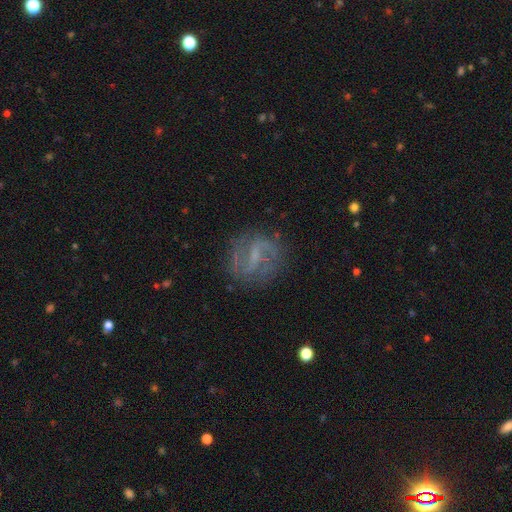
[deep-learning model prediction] Q: Smooth or featured?
A: featured or disk (78%); runner-up: smooth (14%)
Q: Edge-on disk?
A: no (96%); runner-up: yes (4%)
Q: Bar?
A: weak (48%); runner-up: strong (37%)
Q: Spiral arms?
A: yes (88%); runner-up: no (12%)
Q: Spiral winding?
A: medium (43%); runner-up: loose (39%)
Q: Spiral arm count?
A: 2 (83%); runner-up: can't tell (9%)
Q: Bulge size?
A: small (48%); runner-up: none (36%)
Q: Merging?
A: none (77%); runner-up: minor disturbance (14%)